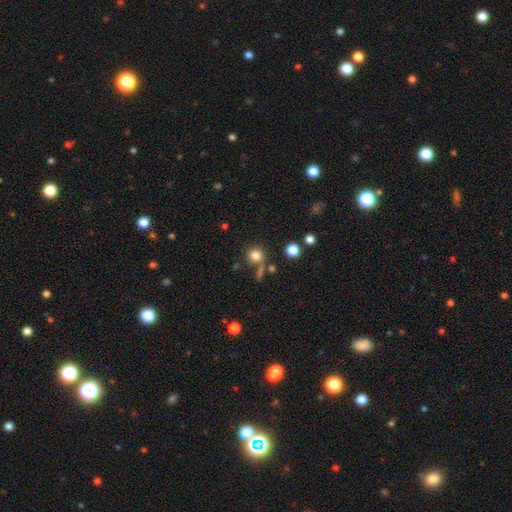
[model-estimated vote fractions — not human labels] Morphology: type=smooth (81%); roundness=round (90%); merging=none (69%).